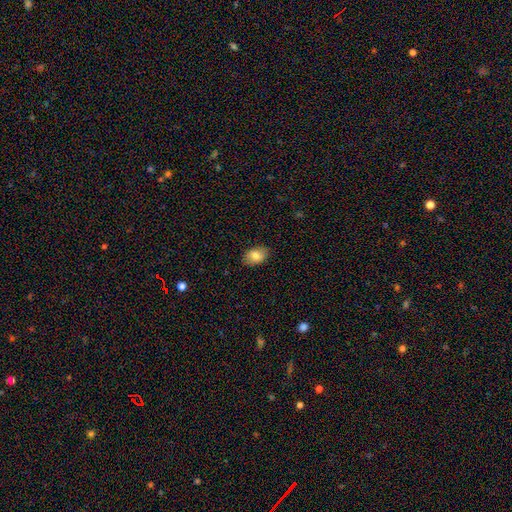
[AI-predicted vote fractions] A smooth galaxy with no disk features (82%) that is in between round and cigar-shaped (86%). Merging: none (86%).